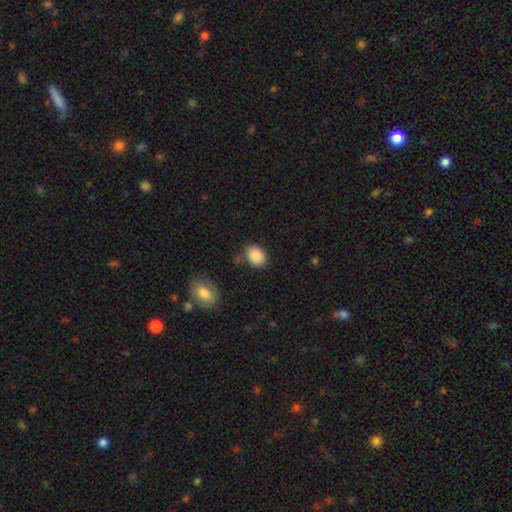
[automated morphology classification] Smooth or featured?
  - smooth: 88% *
  - star or artifact: 8%
  - featured or disk: 4%
How rounded?
  - in between: 67% *
  - round: 32%
  - cigar-shaped: 1%
Merging?
  - none: 72% *
  - minor disturbance: 18%
  - merger: 6%
  - major disturbance: 4%